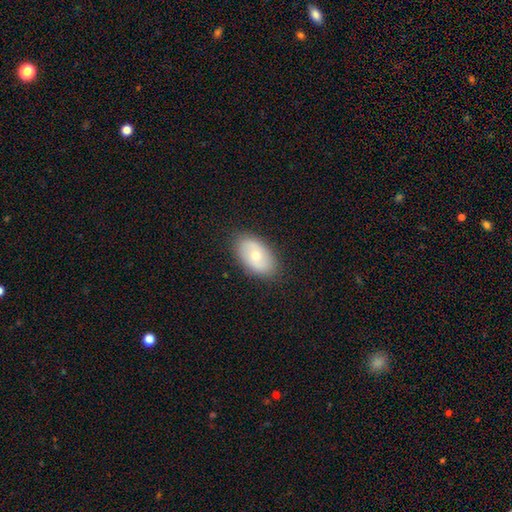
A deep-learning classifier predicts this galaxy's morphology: Q: Smooth or featured?
A: smooth (58%); runner-up: featured or disk (35%)
Q: How rounded?
A: in between (92%); runner-up: round (7%)
Q: Merging?
A: none (86%); runner-up: minor disturbance (11%)